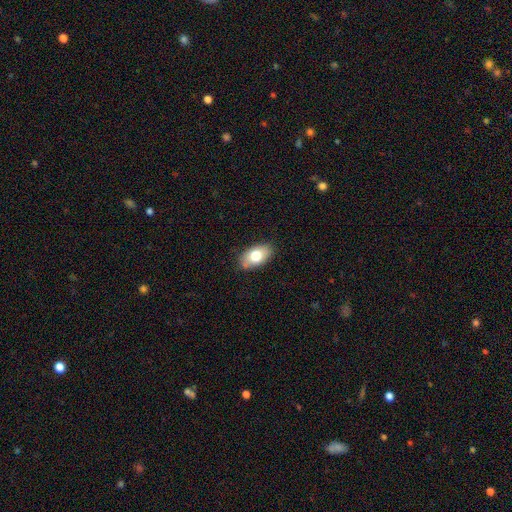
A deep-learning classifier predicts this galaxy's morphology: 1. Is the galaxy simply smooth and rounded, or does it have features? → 74% smooth, 18% featured or disk, 7% star or artifact.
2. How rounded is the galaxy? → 91% in between, 7% round, 2% cigar-shaped.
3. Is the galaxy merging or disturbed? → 81% none, 14% minor disturbance, 3% major disturbance, 2% merger.